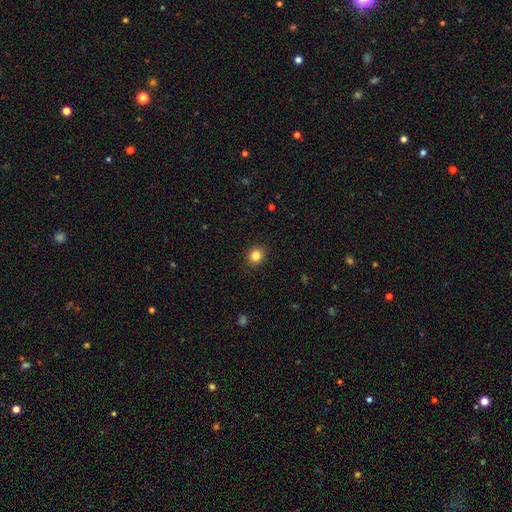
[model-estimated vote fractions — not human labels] smooth-or-featured: smooth: 83% | star or artifact: 12% | featured or disk: 5%
  how-rounded: round: 78% | in between: 21% | cigar-shaped: 1%
  merging: none: 91% | minor disturbance: 6% | major disturbance: 2% | merger: 1%